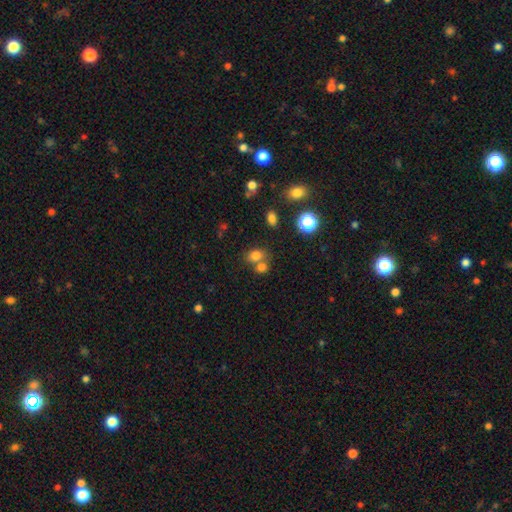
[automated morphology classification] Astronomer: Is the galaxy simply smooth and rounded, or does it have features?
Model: smooth — 76%.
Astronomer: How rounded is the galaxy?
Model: in between — 54% (runner-up: round, 45%).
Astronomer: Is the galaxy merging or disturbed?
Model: none — 48% (runner-up: merger, 38%).